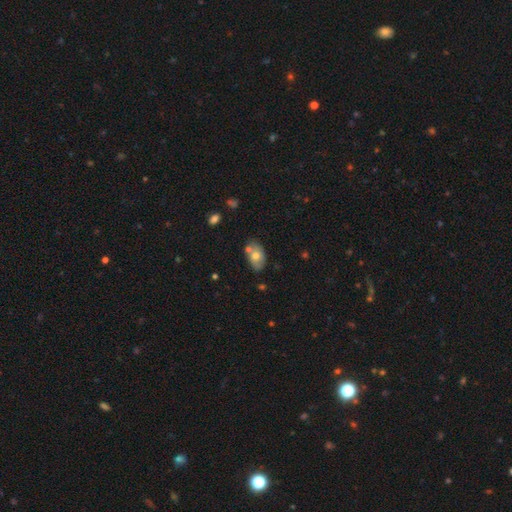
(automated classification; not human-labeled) This is likely a smooth galaxy (65%). How rounded: clearly in between (90%). Merging: likely none (63%).